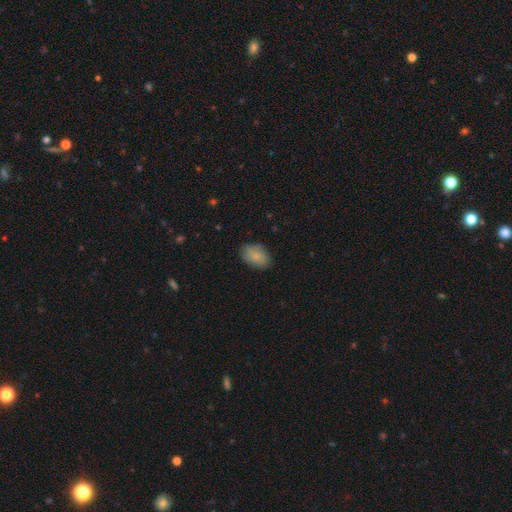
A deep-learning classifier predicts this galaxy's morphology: Smooth or featured? Predicted: smooth (p=0.84). How rounded? Predicted: in between (p=0.86). Merging? Predicted: none (p=0.82).